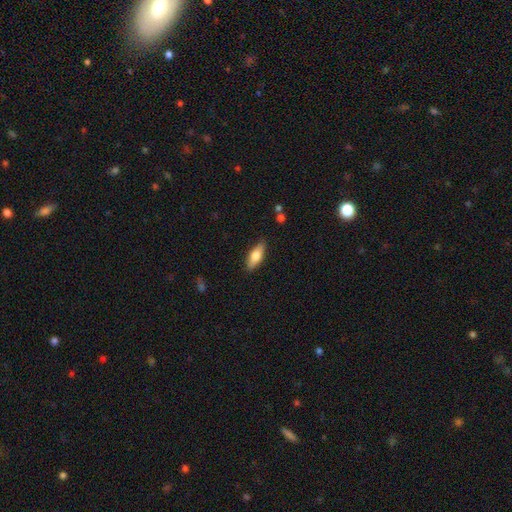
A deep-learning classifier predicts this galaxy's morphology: Smooth or featured? Predicted: smooth (p=0.70). How rounded? Predicted: in between (p=0.67). Merging? Predicted: none (p=0.86).